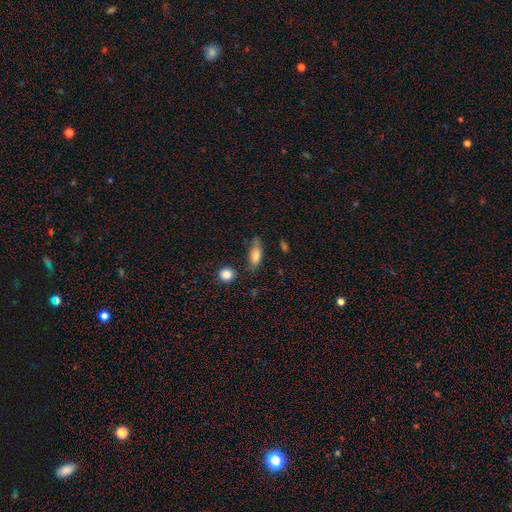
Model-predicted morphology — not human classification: A smooth galaxy with no disk features (79%) that is in between round and cigar-shaped (74%).

Vote fractions:
- Smooth or featured? smooth: 79% / featured or disk: 13% / star or artifact: 9%
- How rounded? in between: 74% / cigar-shaped: 22% / round: 4%
- Merging? none: 62% / minor disturbance: 26% / major disturbance: 7% / merger: 4%